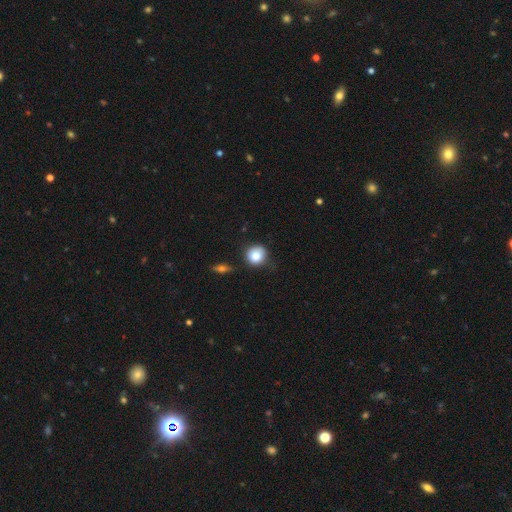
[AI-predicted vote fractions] This appears to be a smooth galaxy with no disk features (82%) that is round (86%). Merging: none (70%).